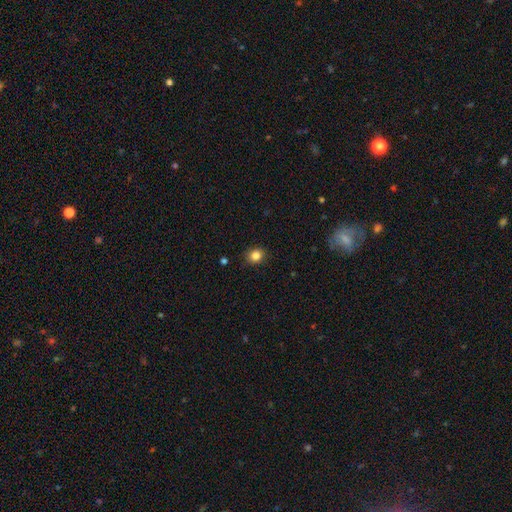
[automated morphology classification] Smooth or featured? Predicted: smooth (p=0.85). How rounded? Predicted: round (p=0.75). Merging? Predicted: none (p=0.88).